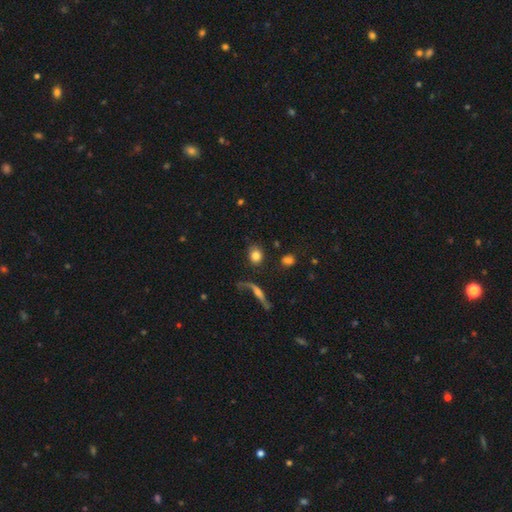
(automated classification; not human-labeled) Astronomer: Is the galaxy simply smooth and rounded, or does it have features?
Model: smooth — 78%.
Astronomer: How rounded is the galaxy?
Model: round — 68%.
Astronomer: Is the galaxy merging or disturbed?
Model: none — 74%.